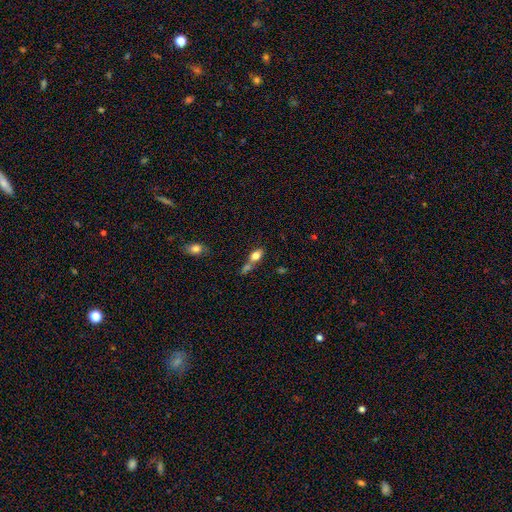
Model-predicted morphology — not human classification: smooth-or-featured: smooth: 76% | featured or disk: 15% | star or artifact: 10%
  how-rounded: in between: 76% | round: 15% | cigar-shaped: 9%
  merging: merger: 42% | none: 36% | minor disturbance: 14% | major disturbance: 8%